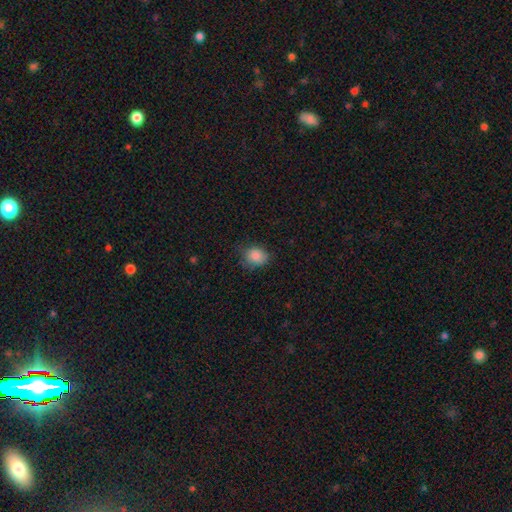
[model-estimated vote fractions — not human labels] smooth 86%, star or artifact 10%, featured or disk 5%. Down the decision tree: how rounded — round (59%); merging — none (70%).